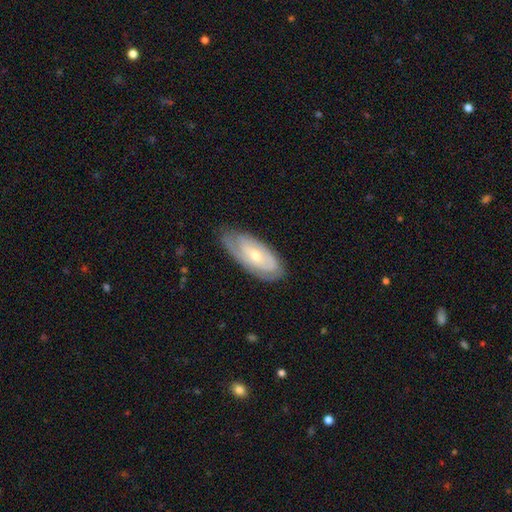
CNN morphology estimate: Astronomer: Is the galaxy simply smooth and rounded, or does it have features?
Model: featured or disk — 65%.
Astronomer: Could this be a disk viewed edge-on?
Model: no — 88%.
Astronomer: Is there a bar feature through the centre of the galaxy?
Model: no — 60%.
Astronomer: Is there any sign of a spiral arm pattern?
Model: yes — 77%.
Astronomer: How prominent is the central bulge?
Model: small — 55% (runner-up: moderate, 41%).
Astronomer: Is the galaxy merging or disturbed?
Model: none — 73%.